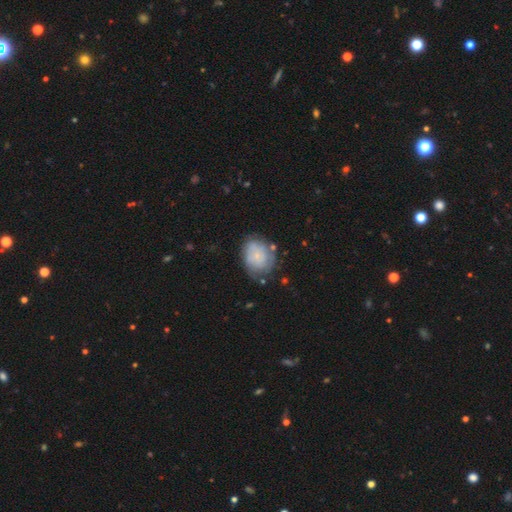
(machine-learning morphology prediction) type=smooth (60%); roundness=in between (57%); merging=none (57%).